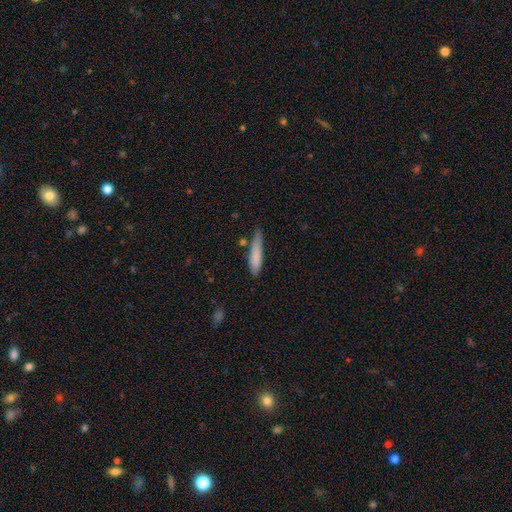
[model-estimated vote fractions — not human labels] Smooth or featured?
  - smooth: 80% *
  - featured or disk: 14%
  - star or artifact: 6%
How rounded?
  - cigar-shaped: 83% *
  - in between: 15%
  - round: 1%
Merging?
  - none: 64% *
  - minor disturbance: 26%
  - major disturbance: 5%
  - merger: 5%